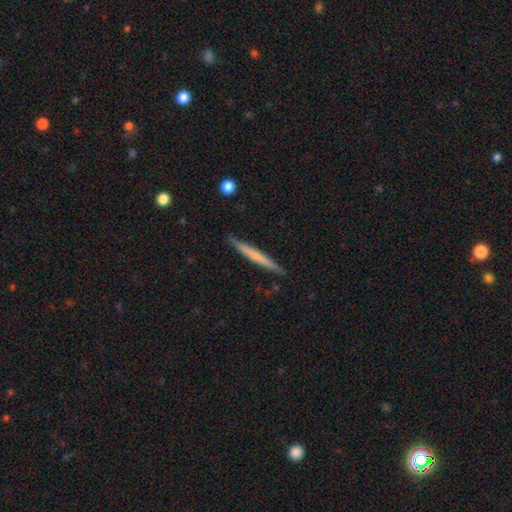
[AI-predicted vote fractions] Q: Smooth or featured?
A: smooth (55%); runner-up: featured or disk (40%)
Q: How rounded?
A: cigar-shaped (97%); runner-up: in between (2%)
Q: Merging?
A: none (89%); runner-up: minor disturbance (8%)